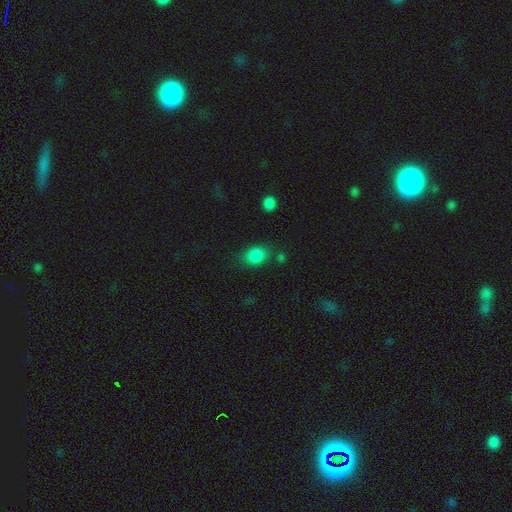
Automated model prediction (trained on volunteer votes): This appears to be a smooth galaxy with no disk features (85%) that is in between round and cigar-shaped (53%). Merging: none (73%).